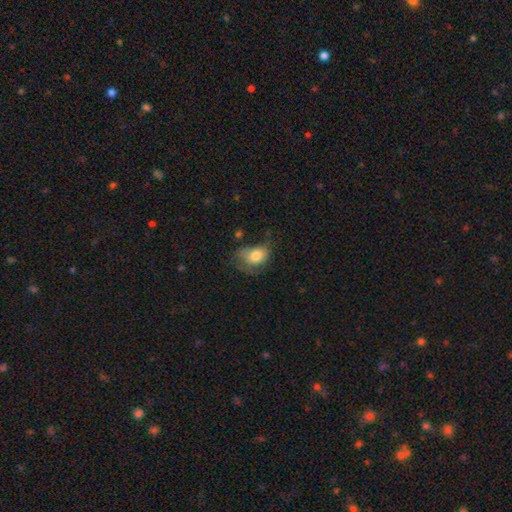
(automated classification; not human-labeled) Overall: smooth (77%). How rounded: in between (77%). Merging: none (37%; minor disturbance 34%).